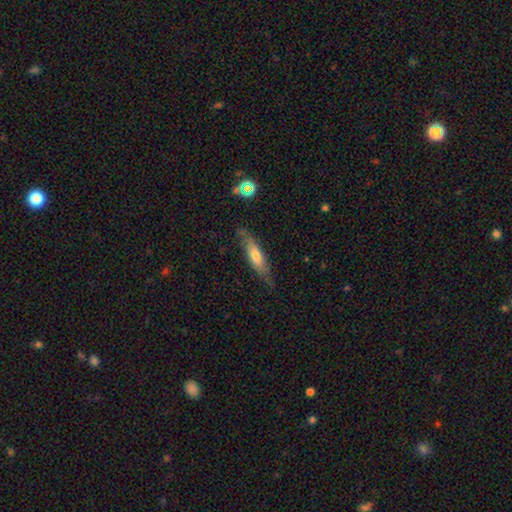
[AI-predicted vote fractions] Smooth or featured? Predicted: smooth (p=0.51). How rounded? Predicted: cigar-shaped (p=0.70). Merging? Predicted: none (p=0.72).